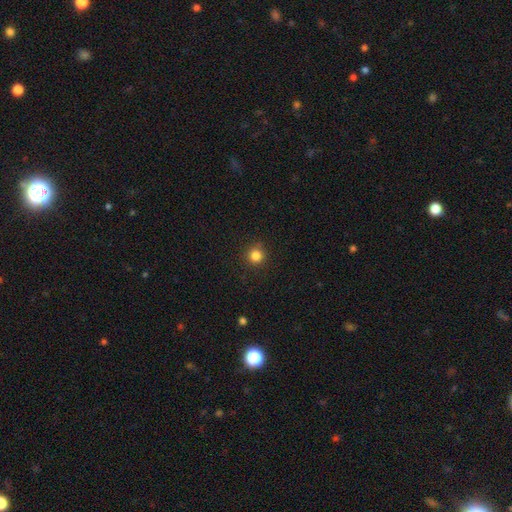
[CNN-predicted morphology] smooth-or-featured: smooth: 84% | star or artifact: 12% | featured or disk: 4%
  how-rounded: round: 94% | in between: 5% | cigar-shaped: 1%
  merging: none: 90% | minor disturbance: 6% | major disturbance: 2% | merger: 1%